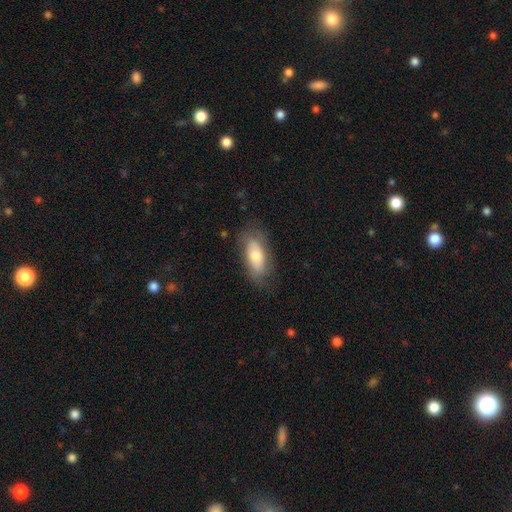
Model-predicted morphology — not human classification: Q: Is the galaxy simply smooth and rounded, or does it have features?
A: smooth — 59%.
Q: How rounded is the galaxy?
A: in between — 81%.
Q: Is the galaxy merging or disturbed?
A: none — 72%.